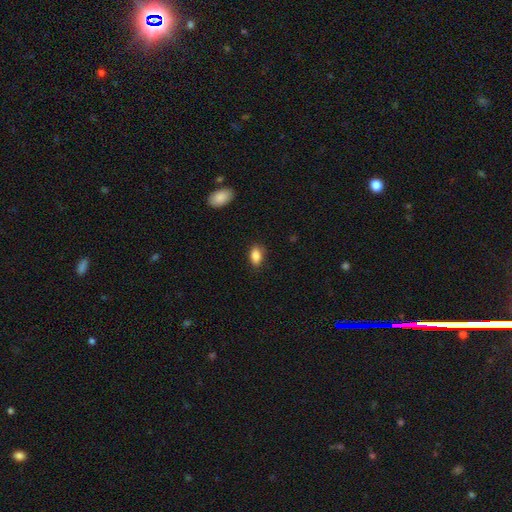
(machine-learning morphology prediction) smooth_or_featured: smooth (p=0.86) [alt: star or artifact p=0.08]
how_rounded: in between (p=0.88) [alt: round p=0.09]
merging: none (p=0.82) [alt: minor disturbance p=0.14]